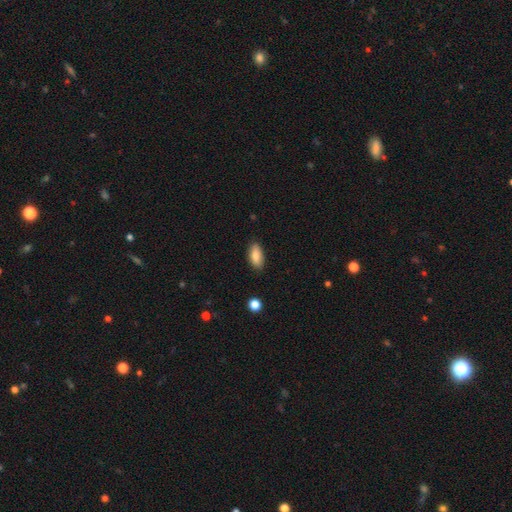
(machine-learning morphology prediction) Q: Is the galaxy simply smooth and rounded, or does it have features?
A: smooth — 84%.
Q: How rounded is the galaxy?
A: in between — 89%.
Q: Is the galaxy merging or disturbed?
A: none — 86%.